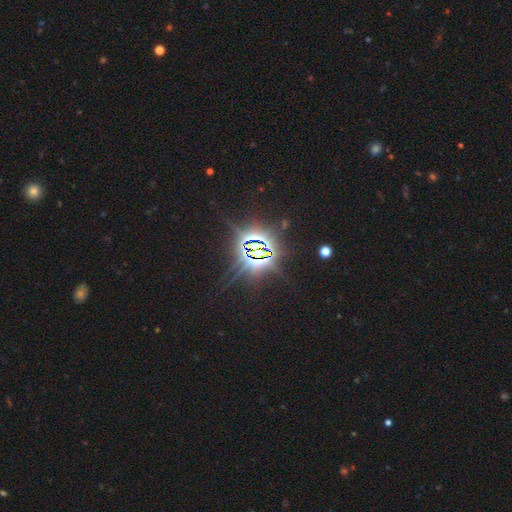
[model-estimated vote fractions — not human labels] The model was most divided on "smooth or featured": star or artifact: 85%, smooth: 8%, featured or disk: 6%.